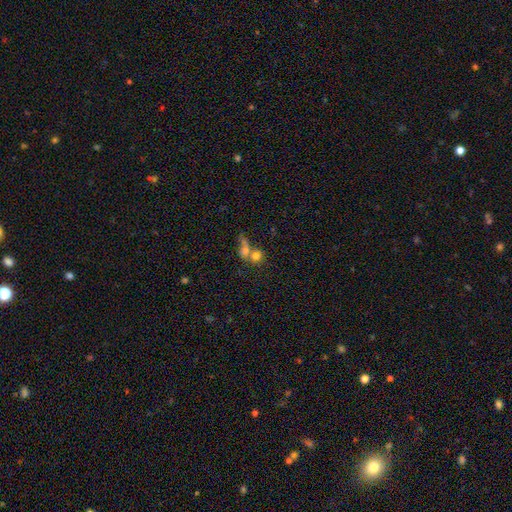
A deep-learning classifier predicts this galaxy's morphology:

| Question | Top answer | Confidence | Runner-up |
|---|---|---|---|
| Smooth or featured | smooth | 71% | featured or disk (17%) |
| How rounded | round | 76% | in between (21%) |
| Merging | merger | 64% | none (24%) |